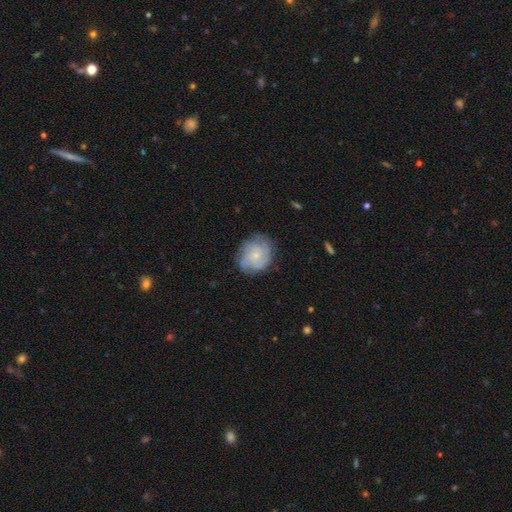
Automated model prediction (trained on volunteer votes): Smooth or featured? featured or disk (68%)
Edge-on disk? no (98%)
Bar? no (74%)
Spiral arms? yes (92%)
Spiral winding? tight (58%)
Spiral arm count? can't tell (34%)
Bulge size? small (71%)
Merging? none (77%)